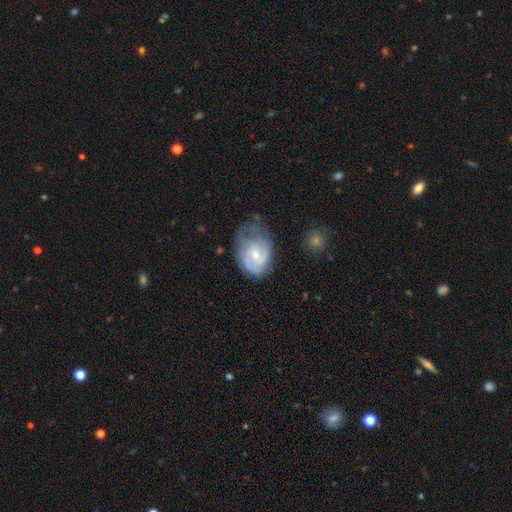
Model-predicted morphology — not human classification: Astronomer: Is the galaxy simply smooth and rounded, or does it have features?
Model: featured or disk — 75%.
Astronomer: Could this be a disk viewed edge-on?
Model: no — 98%.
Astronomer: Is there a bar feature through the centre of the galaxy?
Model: weak — 48% (runner-up: no, 44%).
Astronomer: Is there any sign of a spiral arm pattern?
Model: yes — 90%.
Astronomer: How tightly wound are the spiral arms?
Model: medium — 45% (runner-up: tight, 40%).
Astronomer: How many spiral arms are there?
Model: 2 — 55%.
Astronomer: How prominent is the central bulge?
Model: small — 57% (runner-up: moderate, 37%).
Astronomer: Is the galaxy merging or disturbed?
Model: none — 40% (runner-up: minor disturbance, 33%).